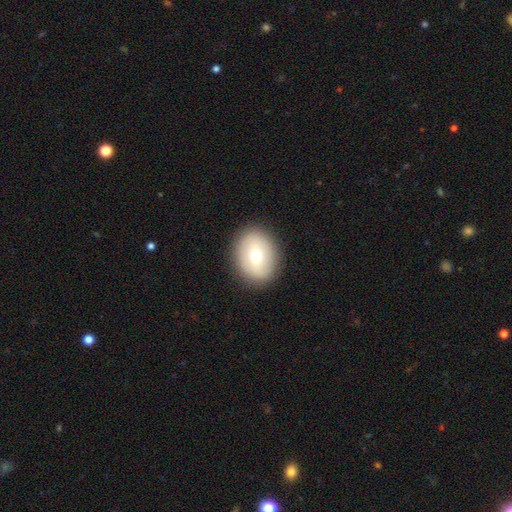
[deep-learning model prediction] Overall: smooth (66%; featured or disk 26%). How rounded: in between (61%; round 38%). Merging: none (87%).